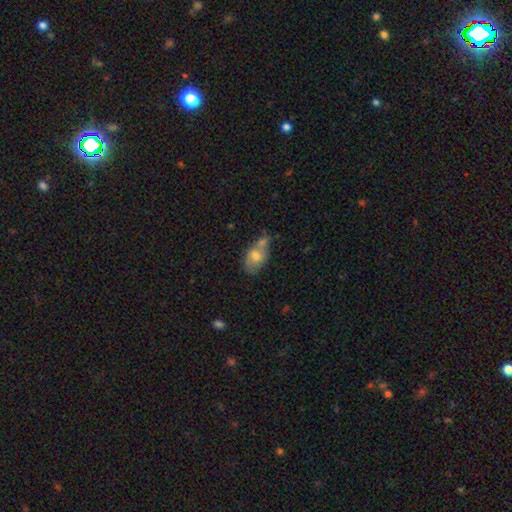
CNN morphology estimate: smooth-or-featured: smooth: 63% | featured or disk: 29% | star or artifact: 8%
  how-rounded: in between: 80% | round: 18% | cigar-shaped: 2%
  merging: merger: 42% | none: 30% | minor disturbance: 19% | major disturbance: 9%